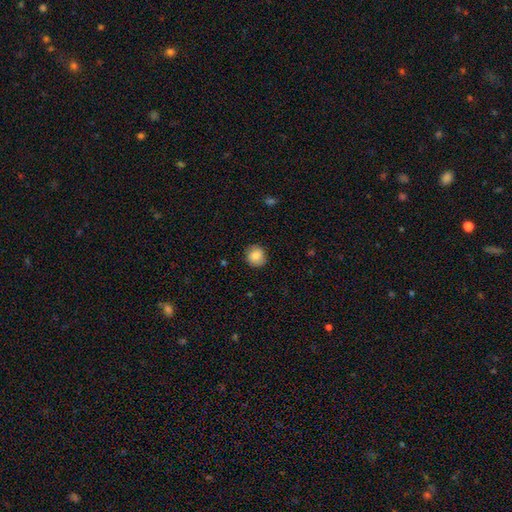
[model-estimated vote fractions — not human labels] smooth 84%, star or artifact 8%, featured or disk 8%. Down the decision tree: how rounded — round (88%); merging — none (86%).